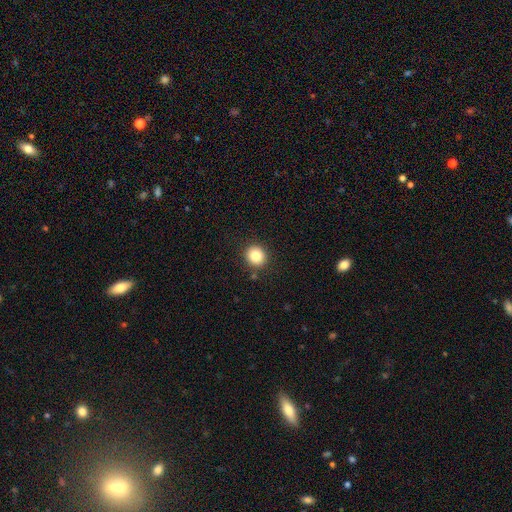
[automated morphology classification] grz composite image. It shows a smooth galaxy with no disk features (84%) that is round (87%). Merging: none (89%).